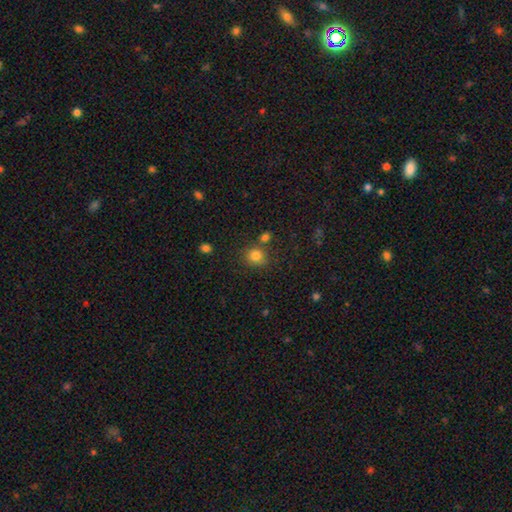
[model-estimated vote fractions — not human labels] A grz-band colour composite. It shows a smooth galaxy with no disk features (82%) that is round (83%). Merging: none (73%).